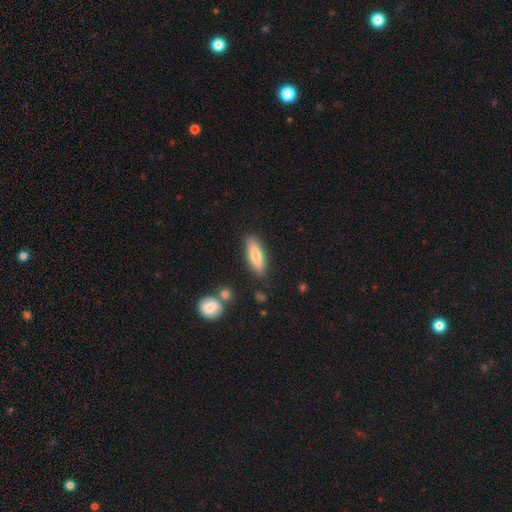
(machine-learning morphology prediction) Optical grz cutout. It shows a smooth galaxy with no disk features (71%) that is in between round and cigar-shaped (50%). Merging: none (84%).